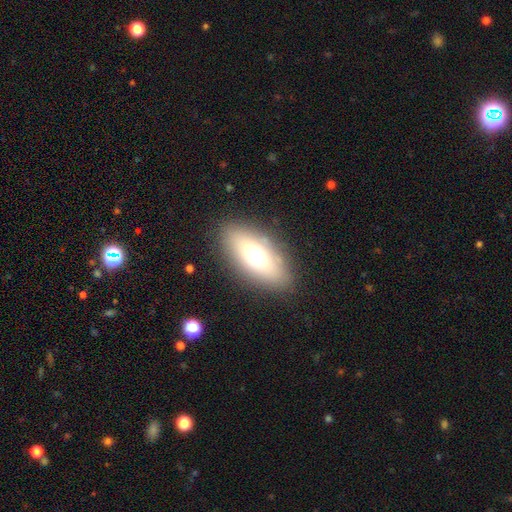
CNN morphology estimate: smooth 66%, featured or disk 24%, star or artifact 9%. Down the decision tree: how rounded — in between (81%); merging — none (85%).